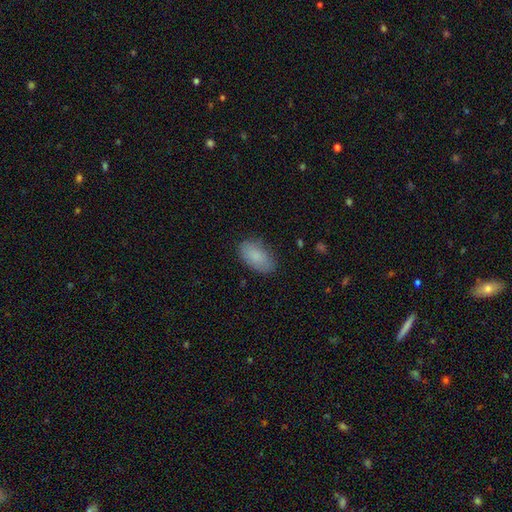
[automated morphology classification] Smooth or featured?
  - smooth: 86% *
  - featured or disk: 7%
  - star or artifact: 6%
How rounded?
  - in between: 94% *
  - round: 3%
  - cigar-shaped: 3%
Merging?
  - none: 81% *
  - minor disturbance: 15%
  - major disturbance: 3%
  - merger: 1%